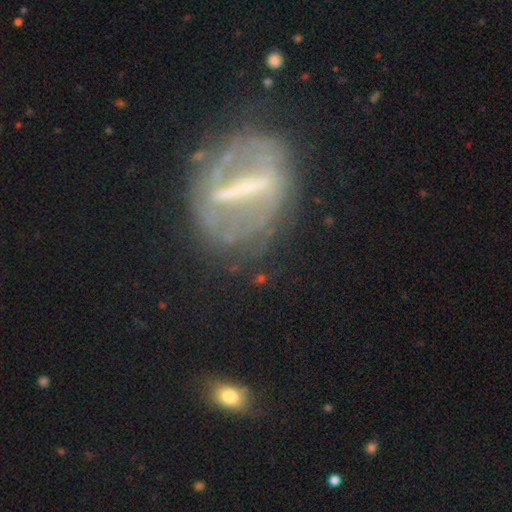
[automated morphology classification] A featured or disk galaxy (76%) with a strong bar (80%), no spiral arms (59%) and no central bulge (43%).

Vote fractions:
- Smooth or featured? featured or disk: 76% / smooth: 14% / star or artifact: 10%
- Edge-on disk? no: 84% / yes: 16%
- Bar? strong: 80% / weak: 14% / no: 6%
- Spiral arms? no: 59% / yes: 41%
- Bulge size? none: 43% / small: 28% / moderate: 21% / large: 6% / dominant: 2%
- Merging? none: 68% / minor disturbance: 17% / major disturbance: 13% / merger: 3%